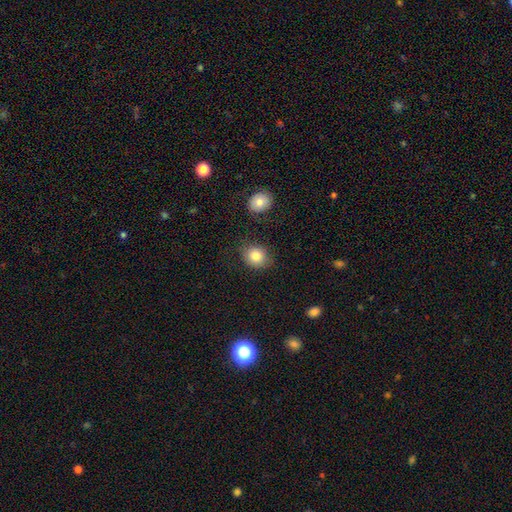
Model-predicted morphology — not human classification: A smooth galaxy with no disk features (84%) that is round (72%).

Vote fractions:
- Smooth or featured? smooth: 84% / star or artifact: 9% / featured or disk: 7%
- How rounded? round: 72% / in between: 27% / cigar-shaped: 1%
- Merging? none: 77% / minor disturbance: 15% / major disturbance: 5% / merger: 4%